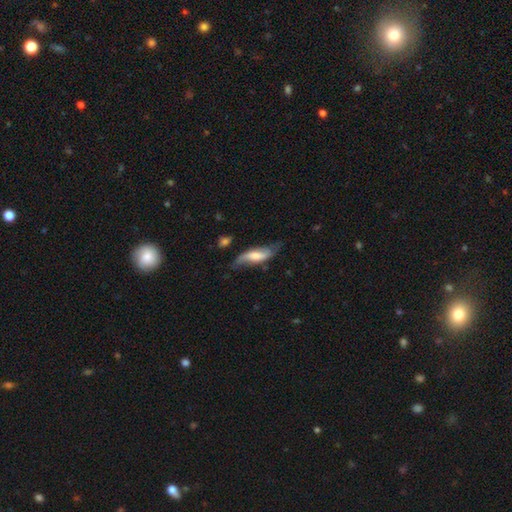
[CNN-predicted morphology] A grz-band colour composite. It shows a featured or disk galaxy (57%). Merging: none (55%).